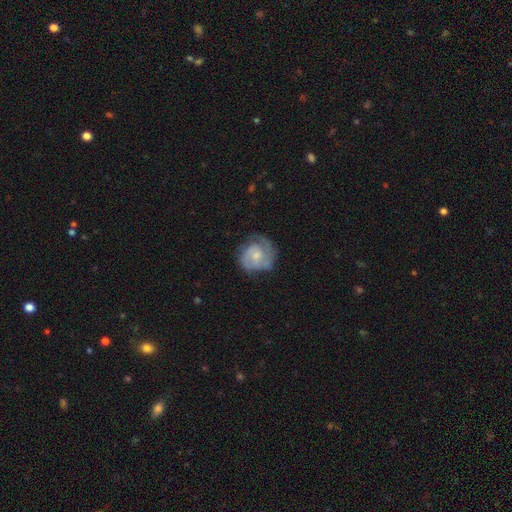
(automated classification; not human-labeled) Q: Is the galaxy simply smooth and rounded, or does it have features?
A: featured or disk — 67%.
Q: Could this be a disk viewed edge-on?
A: no — 98%.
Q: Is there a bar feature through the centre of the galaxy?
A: no — 69%.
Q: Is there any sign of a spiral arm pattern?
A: yes — 88%.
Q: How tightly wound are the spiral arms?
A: tight — 48%.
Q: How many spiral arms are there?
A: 2 — 48%.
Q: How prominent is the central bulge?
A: small — 50%.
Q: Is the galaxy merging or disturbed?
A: none — 59%.